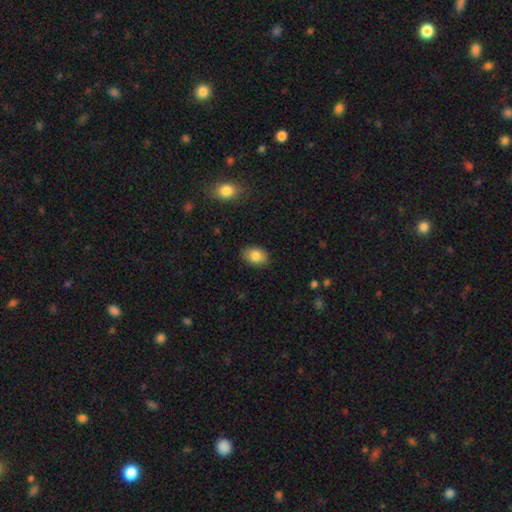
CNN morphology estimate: smooth-or-featured: smooth: 84% | featured or disk: 8% | star or artifact: 8%
  how-rounded: in between: 78% | round: 21% | cigar-shaped: 1%
  merging: none: 87% | minor disturbance: 10% | major disturbance: 2% | merger: 1%